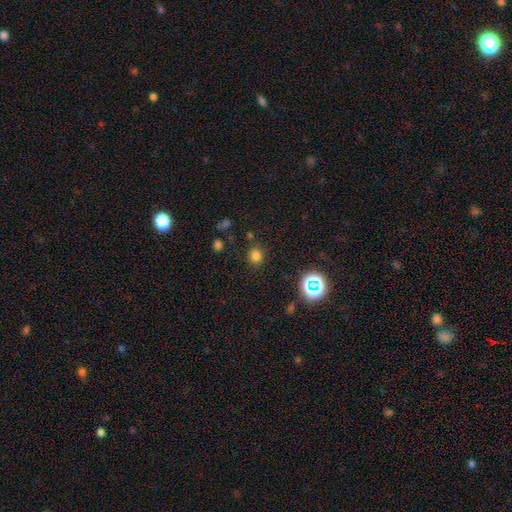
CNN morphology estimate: This is likely a smooth galaxy (74%). How rounded: clearly round (84%). Merging: clearly none (84%).